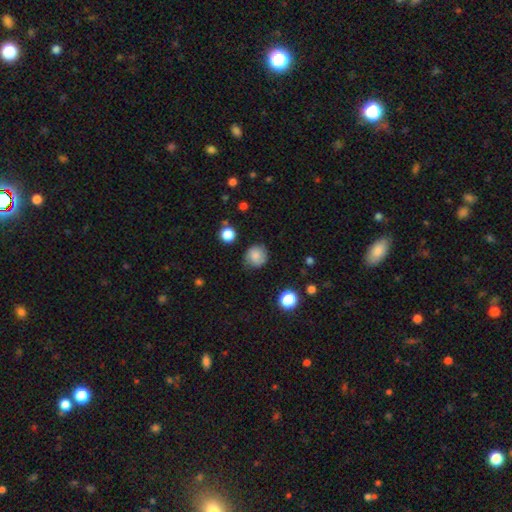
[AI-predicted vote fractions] The model was most divided on "merging": none: 77%, minor disturbance: 17%, major disturbance: 4%, merger: 2%. More confident: how rounded — round (88%); smooth or featured — smooth (81%).